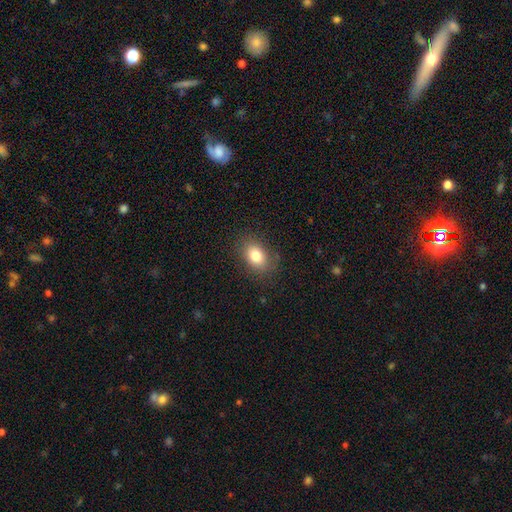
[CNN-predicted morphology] Q: Smooth or featured?
A: smooth (82%); runner-up: star or artifact (10%)
Q: How rounded?
A: in between (79%); runner-up: round (19%)
Q: Merging?
A: none (83%); runner-up: minor disturbance (12%)